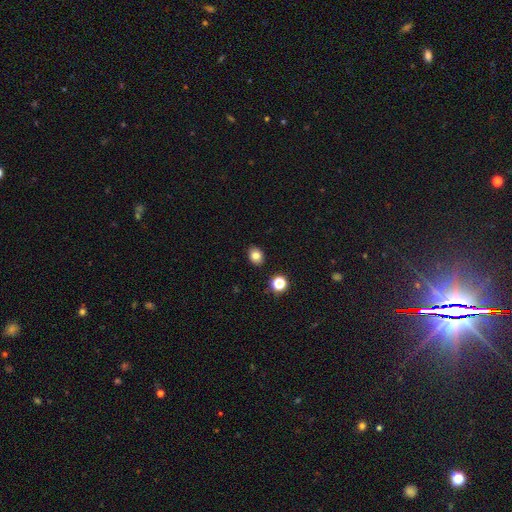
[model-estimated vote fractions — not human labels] smooth 81%, star or artifact 12%, featured or disk 7%. Down the decision tree: how rounded — round (50%); merging — none (89%).